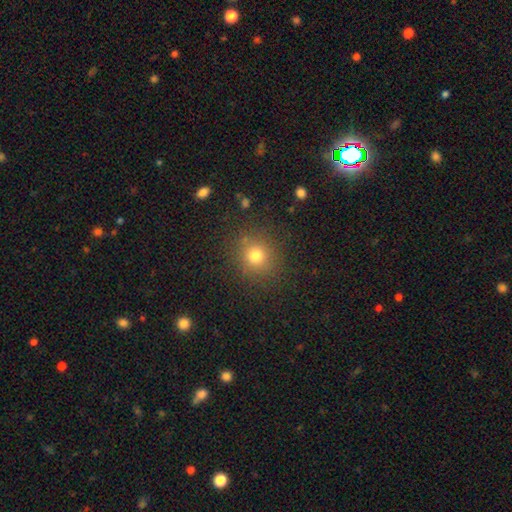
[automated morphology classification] A smooth galaxy with no disk features (75%) that is round (87%).

Vote fractions:
- Smooth or featured? smooth: 75% / star or artifact: 17% / featured or disk: 8%
- How rounded? round: 87% / in between: 12% / cigar-shaped: 1%
- Merging? none: 86% / minor disturbance: 9% / major disturbance: 3% / merger: 2%